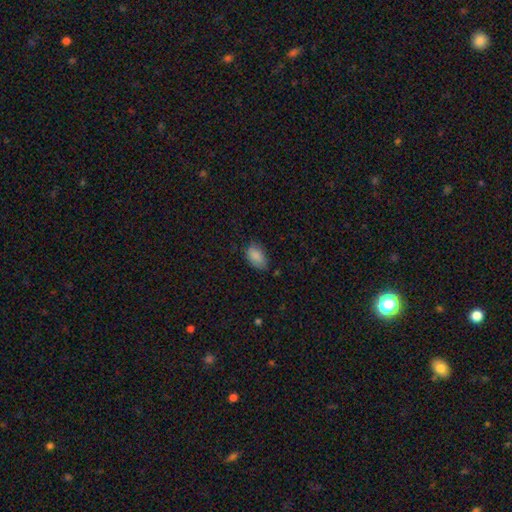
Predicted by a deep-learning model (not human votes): A smooth galaxy with no disk features (87%) that is in between round and cigar-shaped (91%). Merging: none (67%).